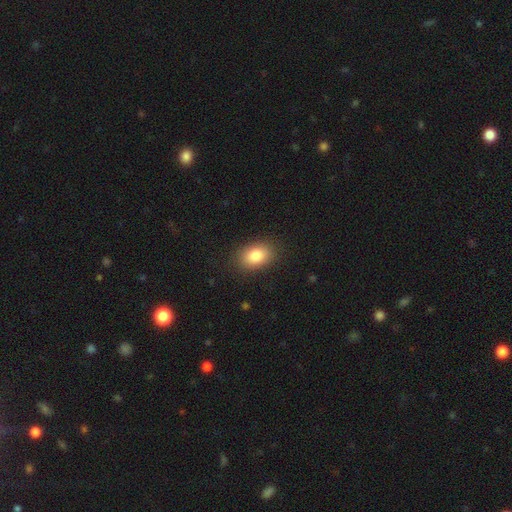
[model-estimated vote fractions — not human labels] smooth 84%, star or artifact 8%, featured or disk 7%. Down the decision tree: how rounded — in between (83%); merging — none (87%).